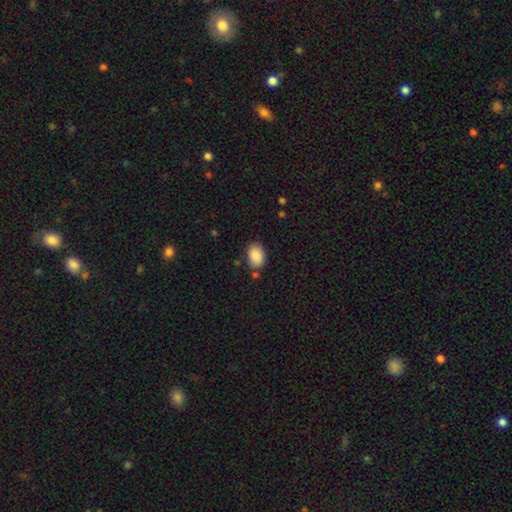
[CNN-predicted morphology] This appears to be a smooth galaxy with no disk features (89%) that is in between round and cigar-shaped (86%). Merging: none (78%).